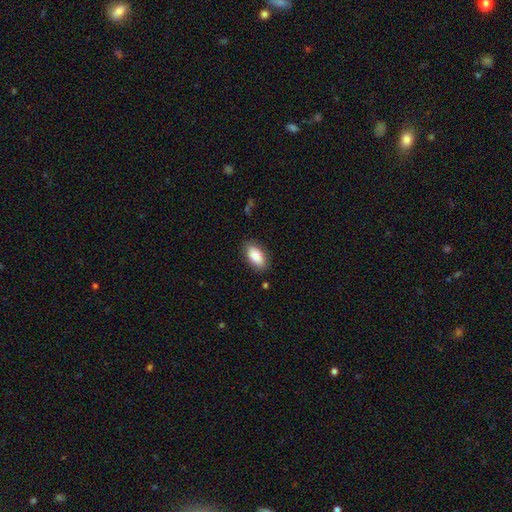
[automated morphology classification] This appears to be a smooth galaxy with no disk features (84%) that is in between round and cigar-shaped (92%). Merging: none (86%).